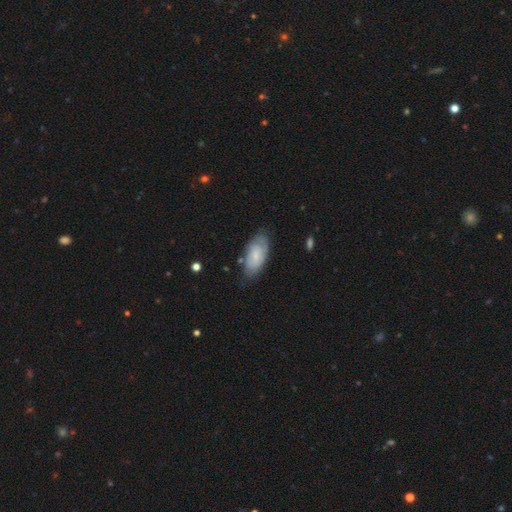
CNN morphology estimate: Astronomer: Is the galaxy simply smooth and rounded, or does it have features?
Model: smooth — 58% (runner-up: featured or disk, 35%).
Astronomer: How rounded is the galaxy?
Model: in between — 90%.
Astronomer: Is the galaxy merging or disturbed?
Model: none — 68%.